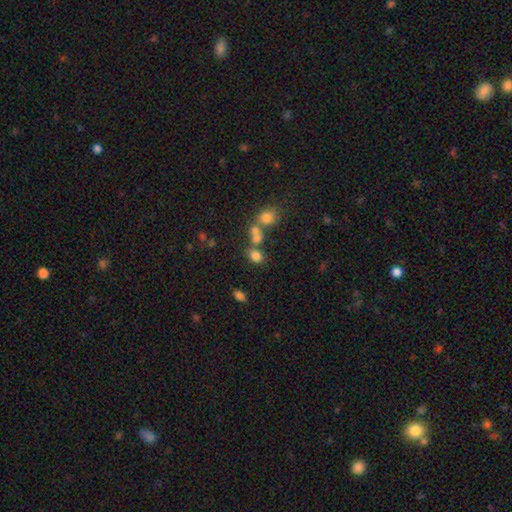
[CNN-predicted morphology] Smooth or featured? Predicted: smooth (p=0.75). How rounded? Predicted: in between (p=0.58). Merging? Predicted: none (p=0.51).